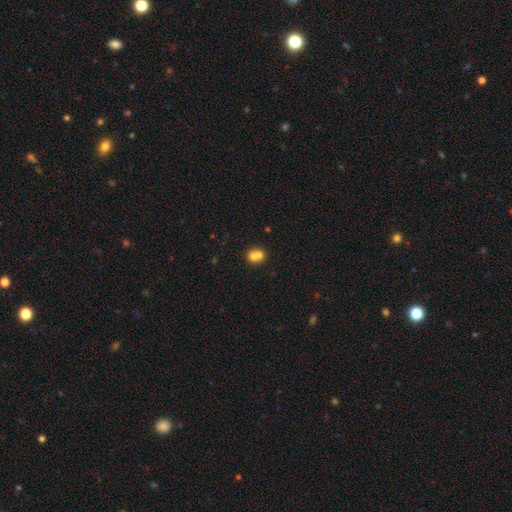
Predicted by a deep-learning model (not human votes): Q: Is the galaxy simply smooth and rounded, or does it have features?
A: smooth — 69%.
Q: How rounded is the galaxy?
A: round — 71%.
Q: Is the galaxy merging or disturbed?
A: merger — 64%.